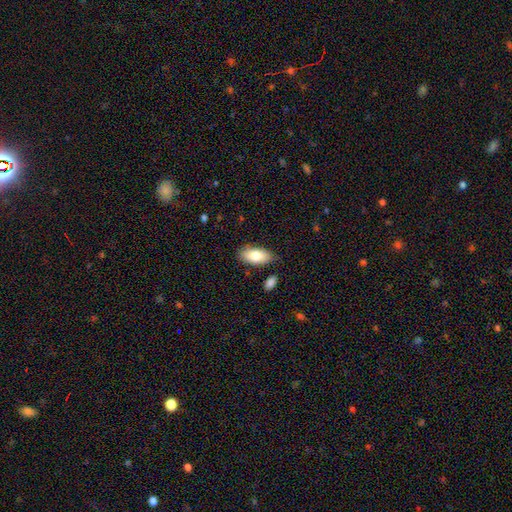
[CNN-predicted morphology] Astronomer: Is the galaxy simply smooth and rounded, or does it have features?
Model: smooth — 81%.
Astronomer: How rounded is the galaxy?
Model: in between — 91%.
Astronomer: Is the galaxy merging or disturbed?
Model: none — 80%.